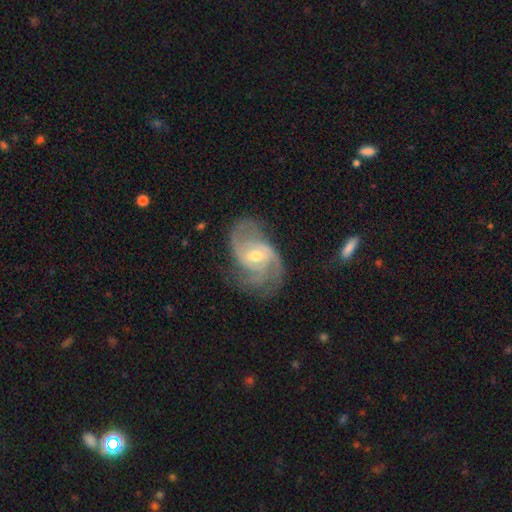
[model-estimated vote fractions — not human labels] Smooth or featured? Predicted: featured or disk (p=0.89). Edge-on disk? Predicted: no (p=0.97). Bar? Predicted: weak (p=0.48). Spiral arms? Predicted: yes (p=0.97). Spiral winding? Predicted: medium (p=0.46). Spiral arm count? Predicted: 2 (p=0.38). Bulge size? Predicted: moderate (p=0.60). Merging? Predicted: none (p=0.64).